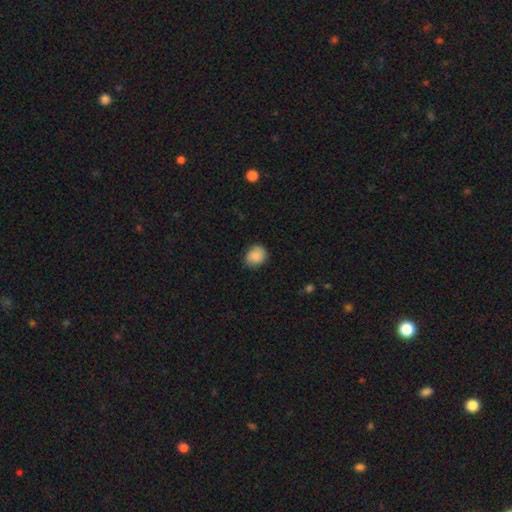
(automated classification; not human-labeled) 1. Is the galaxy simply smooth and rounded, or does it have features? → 86% smooth, 8% star or artifact, 6% featured or disk.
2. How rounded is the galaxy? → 58% round, 41% in between, 1% cigar-shaped.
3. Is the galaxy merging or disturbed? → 77% none, 18% minor disturbance, 3% major disturbance, 1% merger.